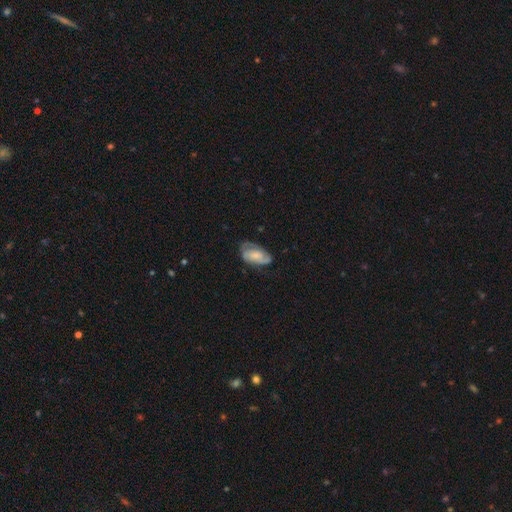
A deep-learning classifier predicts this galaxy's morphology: A featured or disk galaxy (48%). Merging: none (54%).